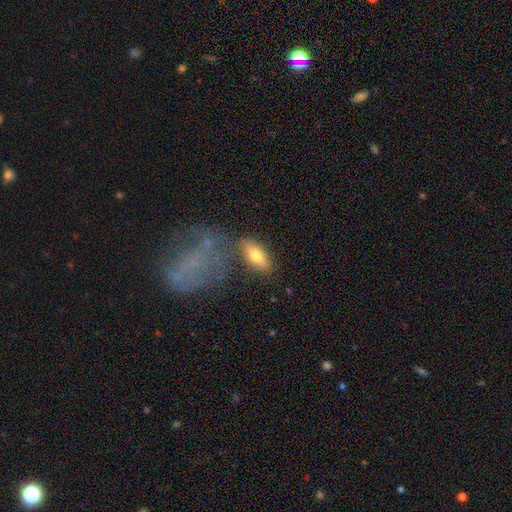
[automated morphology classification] Smooth or featured: smooth — 71% (featured or disk — 22%)
How rounded: in between — 78% (cigar-shaped — 18%)
Merging: none — 72% (minor disturbance — 14%)